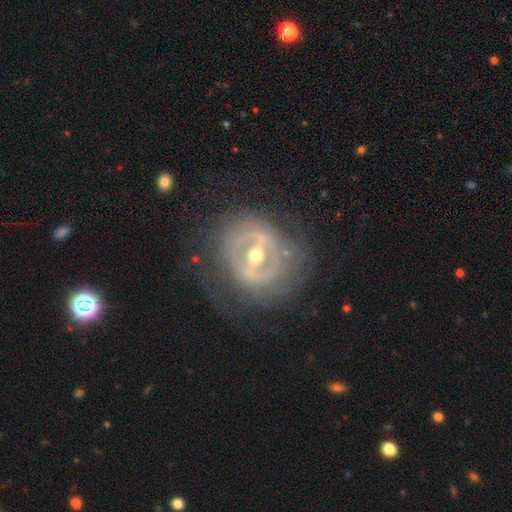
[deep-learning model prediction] Smooth or featured?
  - featured or disk: 83% *
  - smooth: 11%
  - star or artifact: 6%
Edge-on disk?
  - no: 93% *
  - yes: 7%
Bar?
  - strong: 59% *
  - weak: 28%
  - no: 13%
Spiral arms?
  - no: 52% *
  - yes: 48%
Bulge size?
  - moderate: 67% *
  - small: 26%
  - large: 5%
  - dominant: 1%
  - none: 1%
Merging?
  - none: 72% *
  - minor disturbance: 16%
  - major disturbance: 11%
  - merger: 1%